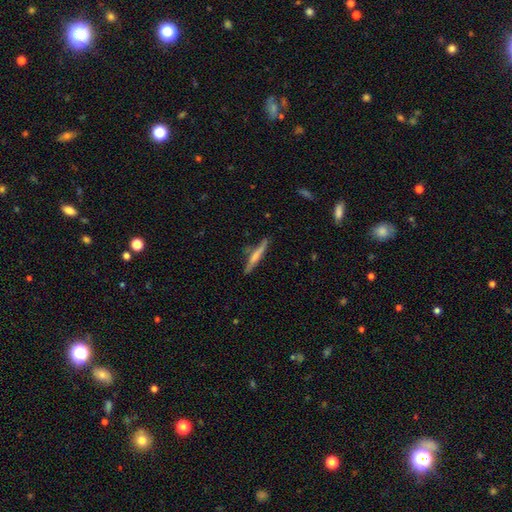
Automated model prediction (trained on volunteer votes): smooth-or-featured: smooth: 47% (tied) | featured or disk: 47% (tied) | star or artifact: 6%
  merging: none: 80% | minor disturbance: 14% | merger: 3% | major disturbance: 3%